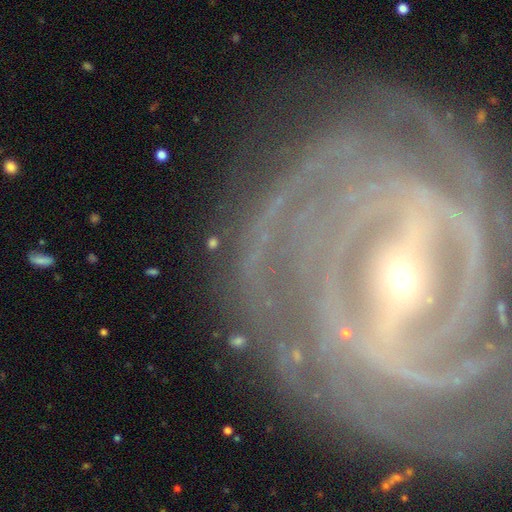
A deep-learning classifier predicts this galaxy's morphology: A featured or disk galaxy (81%) with a strong bar (55%), tight (70%) spiral arms (89%) and a small central bulge (62%).

Vote fractions:
- Smooth or featured? featured or disk: 81% / star or artifact: 11% / smooth: 8%
- Edge-on disk? no: 93% / yes: 7%
- Bar? strong: 55% / weak: 24% / no: 21%
- Spiral arms? yes: 89% / no: 11%
- Spiral winding? tight: 70% / medium: 22% / loose: 7%
- Spiral arm count? can't tell: 28% / 2: 24% / 3: 16% / 4: 12% / more than 4: 10% / 1: 10%
- Bulge size? small: 62% / moderate: 31% / large: 3% / dominant: 2% / none: 2%
- Merging? none: 76% / minor disturbance: 13% / major disturbance: 8% / merger: 3%